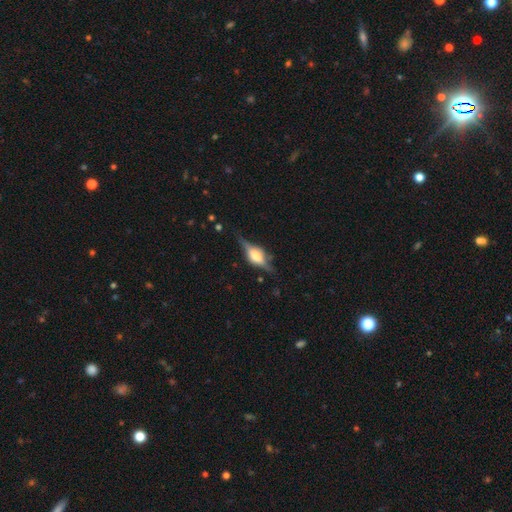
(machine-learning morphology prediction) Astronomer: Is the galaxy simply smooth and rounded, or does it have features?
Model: featured or disk — 73%.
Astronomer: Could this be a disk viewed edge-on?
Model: yes — 96%.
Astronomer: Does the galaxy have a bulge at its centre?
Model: rounded — 78%.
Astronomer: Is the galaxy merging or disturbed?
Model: none — 75%.